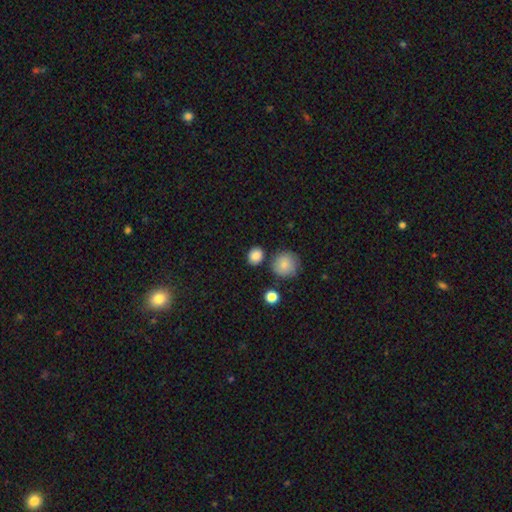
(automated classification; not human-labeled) A smooth galaxy with no disk features (85%) that is round (69%). Merging: none (78%).